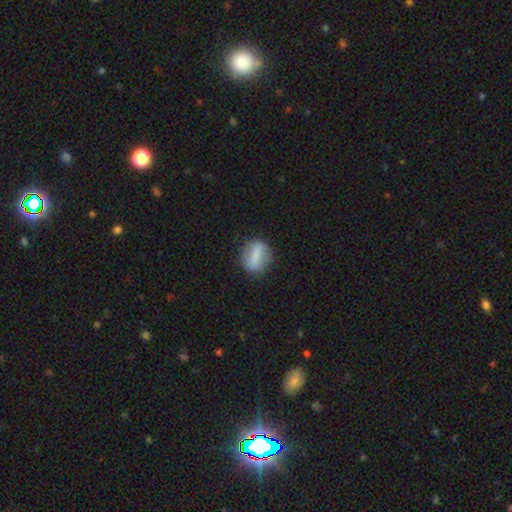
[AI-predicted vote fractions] Smooth or featured? smooth (69%)
How rounded? in between (50%)
Merging? none (79%)